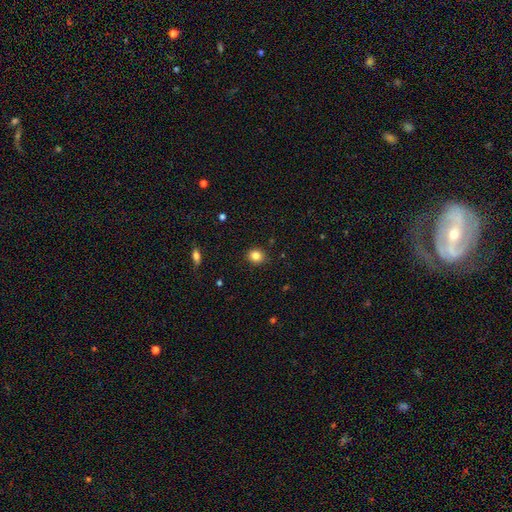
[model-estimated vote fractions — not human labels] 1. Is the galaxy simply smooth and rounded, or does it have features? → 84% smooth, 11% star or artifact, 5% featured or disk.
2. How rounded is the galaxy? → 77% round, 22% in between, 1% cigar-shaped.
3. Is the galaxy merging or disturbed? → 88% none, 8% minor disturbance, 2% major disturbance, 1% merger.